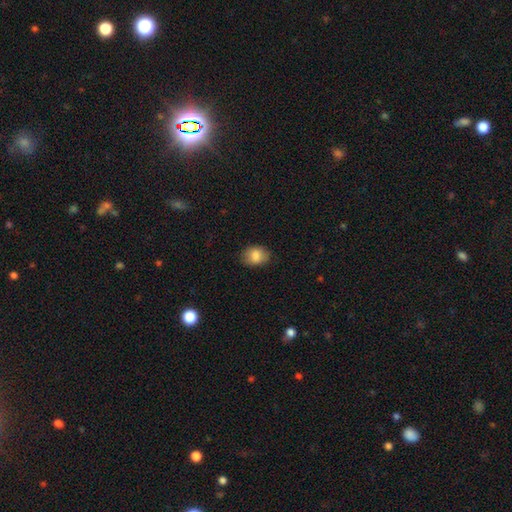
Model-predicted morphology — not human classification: Smooth or featured?
  - smooth: 85% *
  - star or artifact: 8%
  - featured or disk: 7%
How rounded?
  - in between: 68% *
  - round: 31%
  - cigar-shaped: 1%
Merging?
  - none: 81% *
  - minor disturbance: 14%
  - major disturbance: 3%
  - merger: 1%